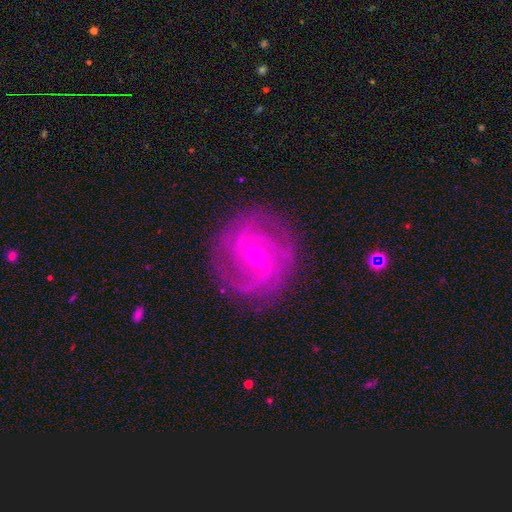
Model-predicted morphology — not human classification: Overall: featured or disk (87%). Edge-on disk: no (93%). Bar: strong (59%; weak 31%). Spiral arms: yes (90%). Spiral arm count: 2 (52%; can't tell 19%). Spiral winding: medium (43%; tight 40%). Bulge size: small (65%; moderate 32%). Merging: none (78%).